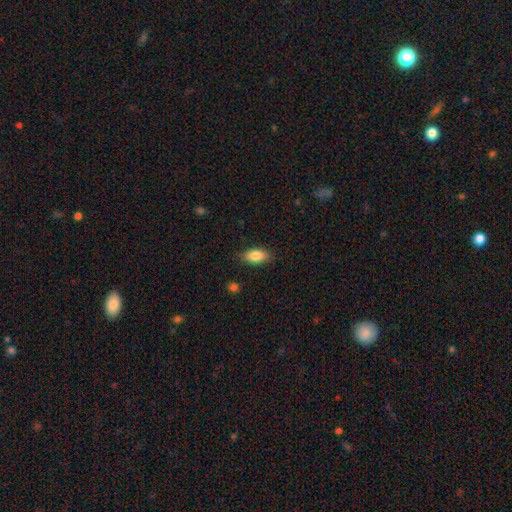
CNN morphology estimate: This is clearly a smooth galaxy (84%). How rounded: clearly in between (89%). Merging: clearly none (84%).